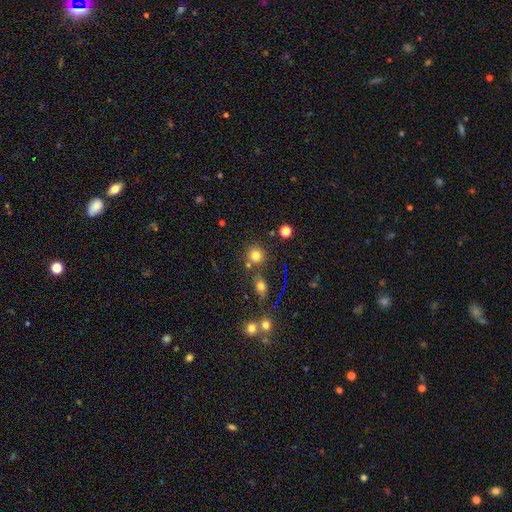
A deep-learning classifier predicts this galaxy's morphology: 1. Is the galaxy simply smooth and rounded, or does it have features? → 77% smooth, 16% star or artifact, 8% featured or disk.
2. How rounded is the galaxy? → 89% round, 10% in between, 1% cigar-shaped.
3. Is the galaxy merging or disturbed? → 74% none, 14% merger, 9% minor disturbance, 3% major disturbance.